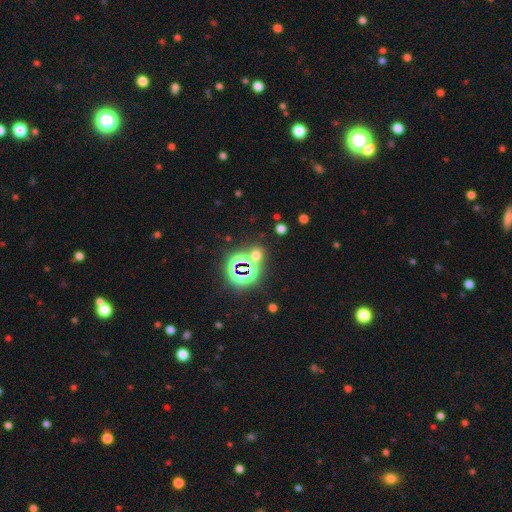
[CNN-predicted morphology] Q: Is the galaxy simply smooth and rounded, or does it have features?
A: star or artifact — 51%.